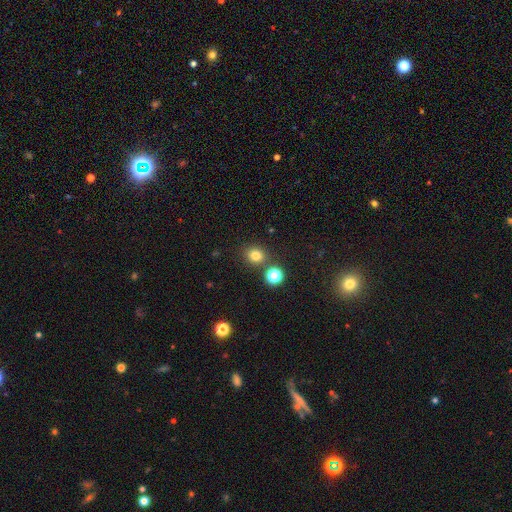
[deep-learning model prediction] smooth_or_featured: smooth (p=0.78) [alt: star or artifact p=0.16]
how_rounded: round (p=0.77) [alt: in between p=0.23]
merging: none (p=0.79) [alt: merger p=0.10]